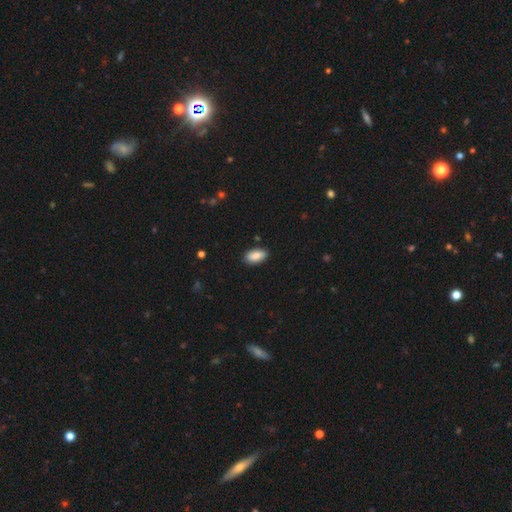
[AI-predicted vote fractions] The model was most divided on "merging": none: 88%, minor disturbance: 9%, major disturbance: 2%, merger: 1%. More confident: how rounded — in between (92%); smooth or featured — smooth (87%).